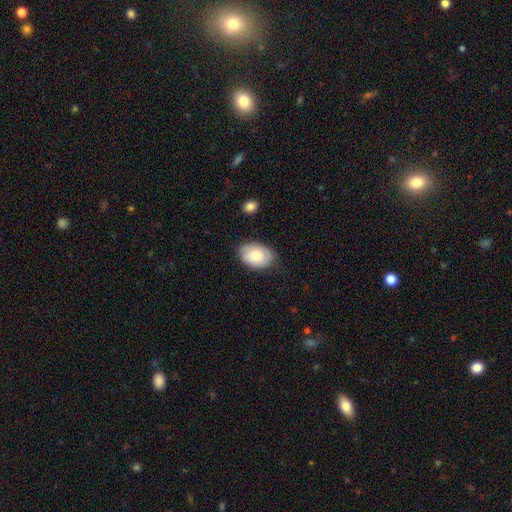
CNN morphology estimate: Smooth or featured? Predicted: smooth (p=0.79). How rounded? Predicted: in between (p=0.87). Merging? Predicted: none (p=0.74).